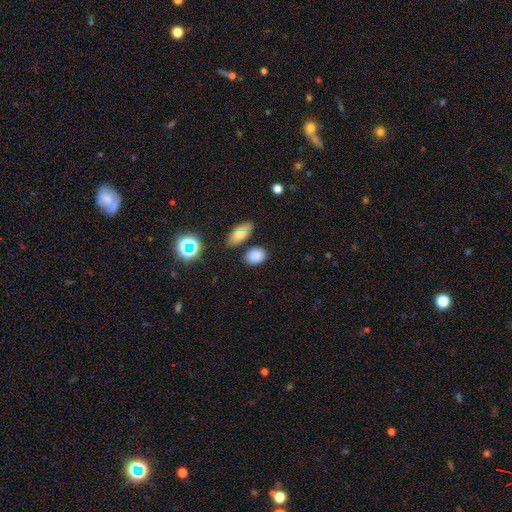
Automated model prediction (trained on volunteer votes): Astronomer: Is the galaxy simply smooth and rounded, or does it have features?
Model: smooth — 80%.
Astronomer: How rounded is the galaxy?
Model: in between — 65%.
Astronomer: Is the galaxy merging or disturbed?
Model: none — 79%.